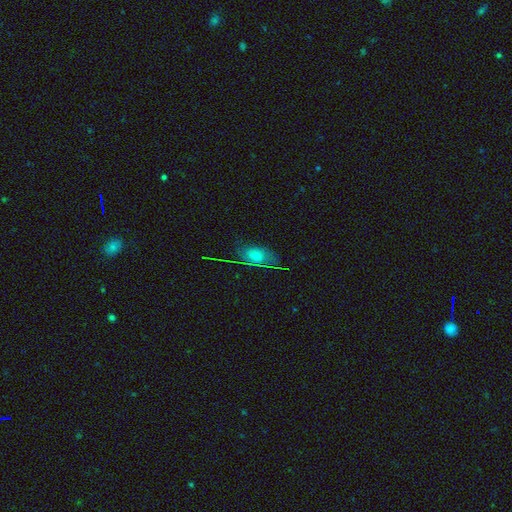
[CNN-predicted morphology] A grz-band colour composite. It shows a smooth galaxy with no disk features (41%). Merging: none (63%).